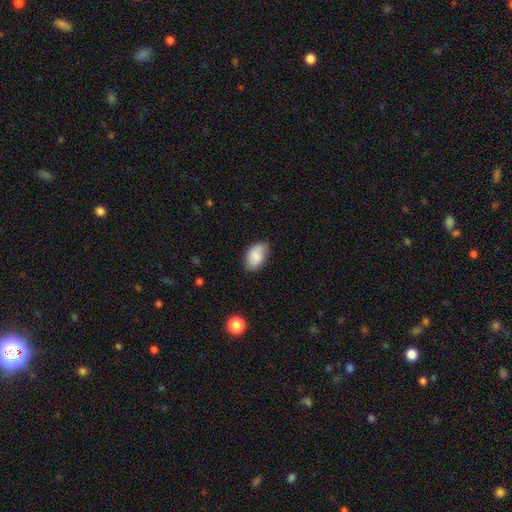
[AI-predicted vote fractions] smooth 82%, featured or disk 11%, star or artifact 7%. Down the decision tree: how rounded — in between (90%); merging — none (71%).